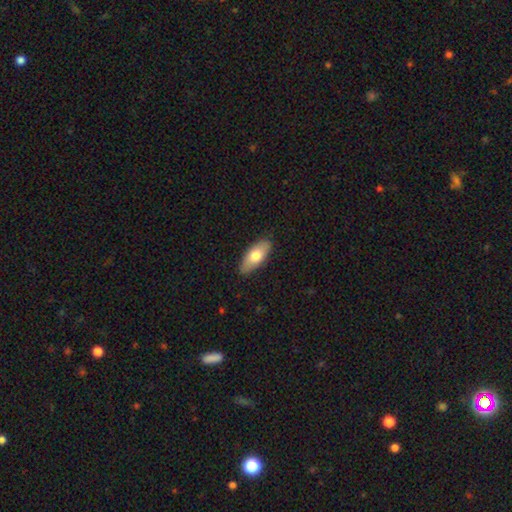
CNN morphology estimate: Smooth or featured?
  - smooth: 71% *
  - featured or disk: 23%
  - star or artifact: 6%
How rounded?
  - in between: 84% *
  - cigar-shaped: 13%
  - round: 2%
Merging?
  - none: 87% *
  - minor disturbance: 10%
  - major disturbance: 2%
  - merger: 1%